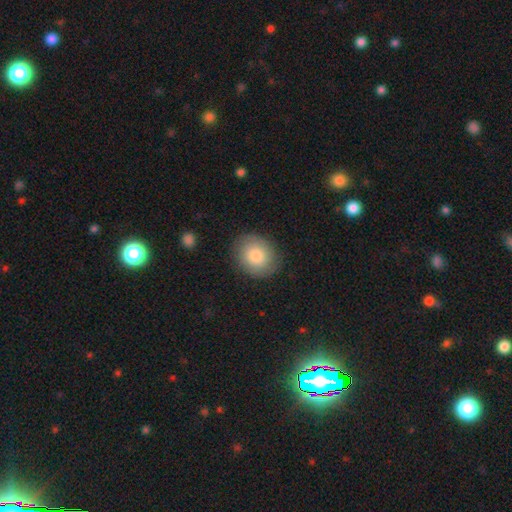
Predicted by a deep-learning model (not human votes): smooth-or-featured: smooth: 76% | featured or disk: 16% | star or artifact: 8%
  how-rounded: round: 67% | in between: 32% | cigar-shaped: 1%
  merging: none: 84% | minor disturbance: 11% | major disturbance: 3% | merger: 1%